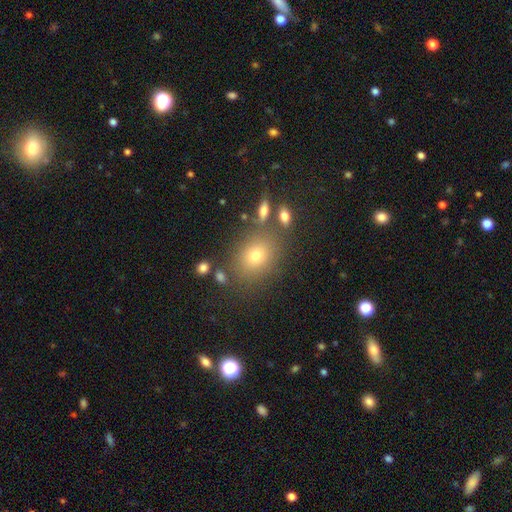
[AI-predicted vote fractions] Morphology: type=smooth (71%); roundness=in between (50%); merging=none (76%).